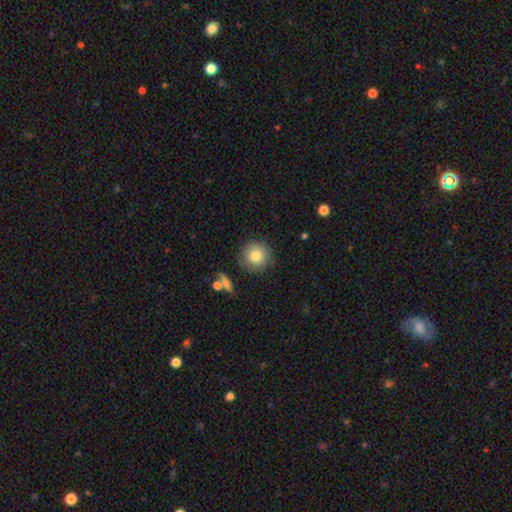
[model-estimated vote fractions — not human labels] Smooth or featured? smooth (81%)
How rounded? round (94%)
Merging? none (83%)